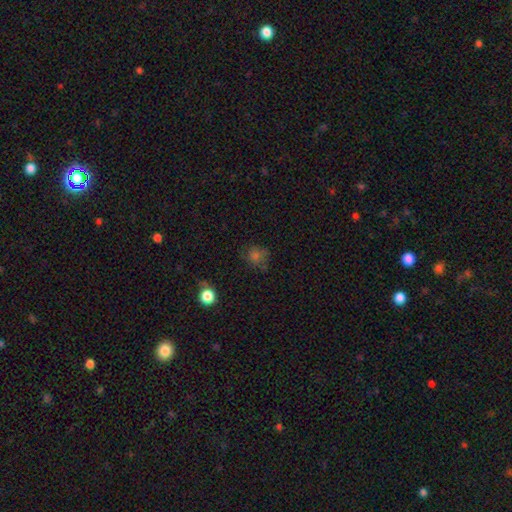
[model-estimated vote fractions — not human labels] smooth_or_featured: smooth (p=0.65) [alt: star or artifact p=0.25]
how_rounded: round (p=0.83) [alt: in between p=0.16]
merging: none (p=0.69) [alt: minor disturbance p=0.19]